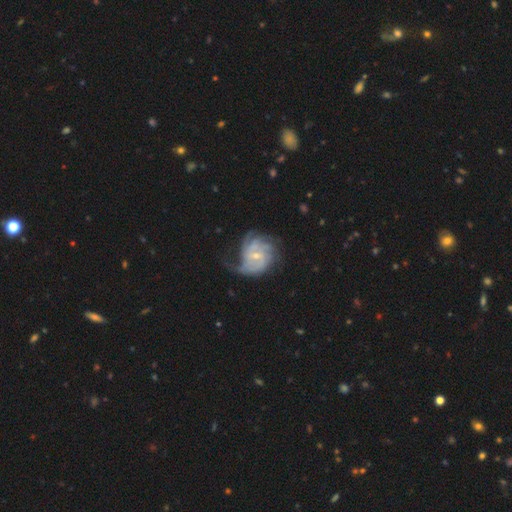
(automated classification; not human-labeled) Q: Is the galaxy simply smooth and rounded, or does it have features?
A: featured or disk — 83%.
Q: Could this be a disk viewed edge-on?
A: no — 98%.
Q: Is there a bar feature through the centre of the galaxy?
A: no — 50%.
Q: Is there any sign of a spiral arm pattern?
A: yes — 94%.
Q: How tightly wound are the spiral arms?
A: tight — 44%.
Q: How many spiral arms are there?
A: can't tell — 29%.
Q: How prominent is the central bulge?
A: small — 68%.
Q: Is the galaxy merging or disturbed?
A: none — 50%.